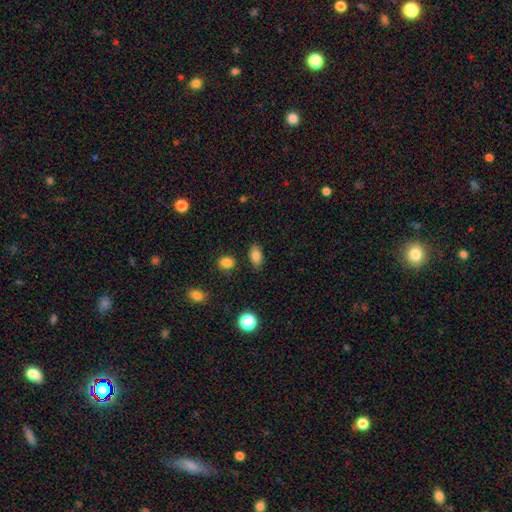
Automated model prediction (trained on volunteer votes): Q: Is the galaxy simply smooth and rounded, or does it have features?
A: smooth — 84%.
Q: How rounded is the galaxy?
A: in between — 88%.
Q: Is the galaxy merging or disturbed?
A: none — 84%.